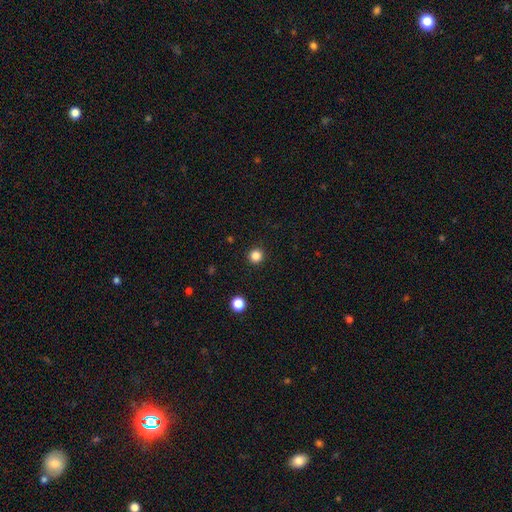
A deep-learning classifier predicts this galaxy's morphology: smooth 84%, star or artifact 13%, featured or disk 3%. Down the decision tree: how rounded — round (95%); merging — none (93%).